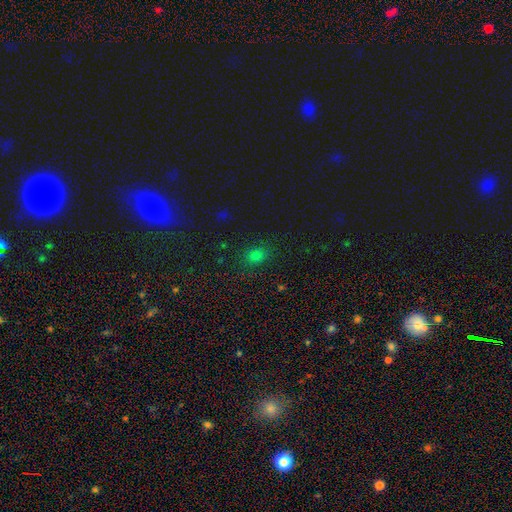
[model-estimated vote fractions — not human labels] This appears to be a smooth galaxy with no disk features (72%) that is in between round and cigar-shaped (57%). Merging: none (82%).